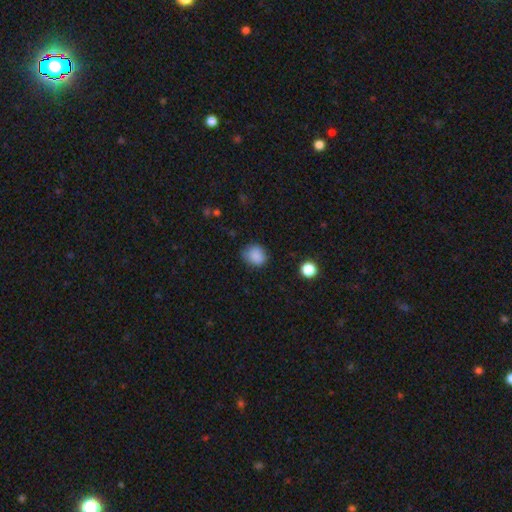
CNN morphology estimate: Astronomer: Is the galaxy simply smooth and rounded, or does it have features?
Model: smooth — 86%.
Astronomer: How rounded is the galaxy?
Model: round — 73%.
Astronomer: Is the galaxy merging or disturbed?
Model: none — 73%.